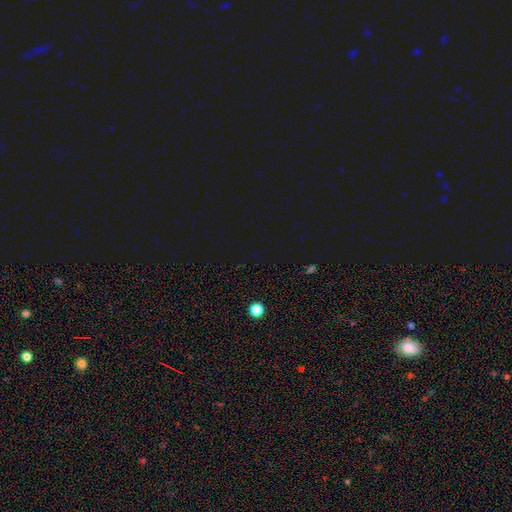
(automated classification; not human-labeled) Overall: star or artifact (70%).